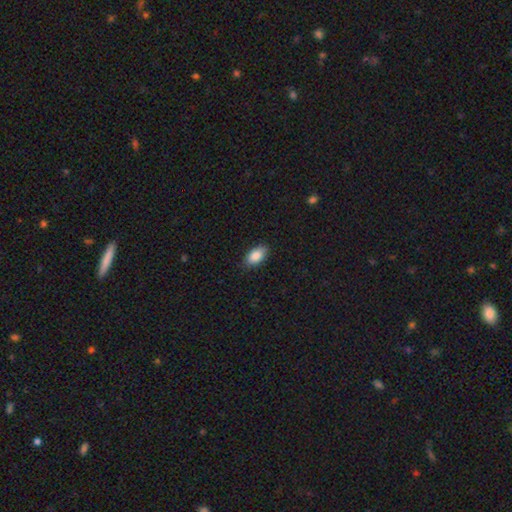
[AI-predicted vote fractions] A smooth galaxy with no disk features (88%) that is in between round and cigar-shaped (93%).

Vote fractions:
- Smooth or featured? smooth: 88% / star or artifact: 7% / featured or disk: 6%
- How rounded? in between: 93% / round: 4% / cigar-shaped: 4%
- Merging? none: 86% / minor disturbance: 11% / major disturbance: 2% / merger: 1%